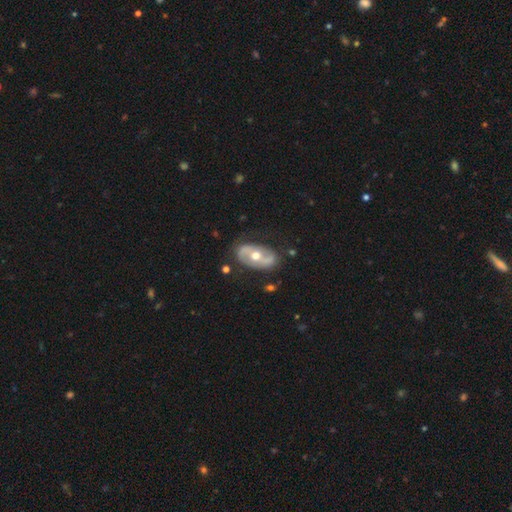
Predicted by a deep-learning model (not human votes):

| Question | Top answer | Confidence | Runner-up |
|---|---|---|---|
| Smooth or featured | featured or disk | 72% | smooth (23%) |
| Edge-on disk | no | 92% | yes (8%) |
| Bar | no | 55% | weak (25%) |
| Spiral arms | yes | 64% | no (36%) |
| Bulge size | moderate | 79% | small (13%) |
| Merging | none | 77% | minor disturbance (16%) |